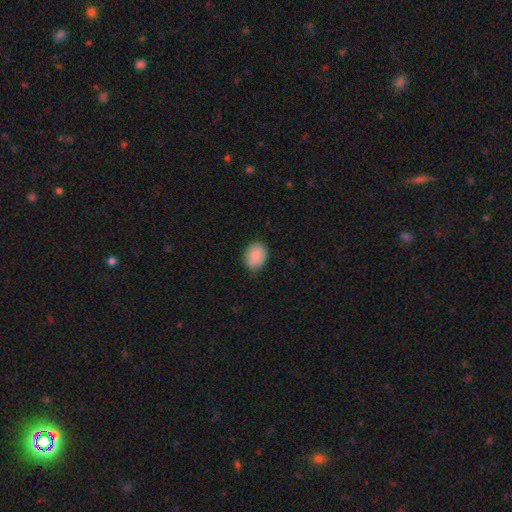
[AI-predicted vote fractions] Overall: smooth (89%). How rounded: in between (71%). Merging: none (81%).